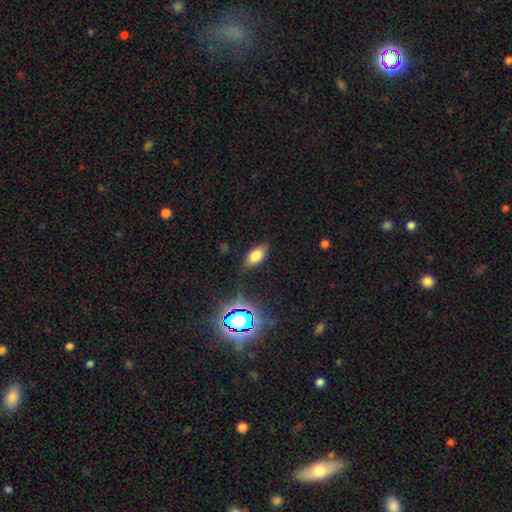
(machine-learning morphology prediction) This is likely a smooth galaxy (74%). How rounded: clearly in between (89%). Merging: likely none (77%).